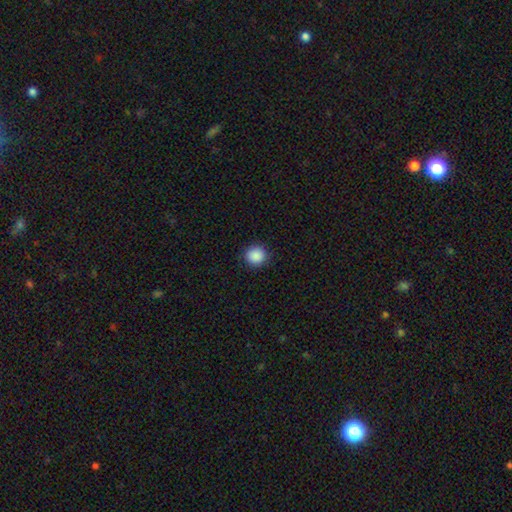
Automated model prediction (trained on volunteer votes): This appears to be a smooth galaxy with no disk features (88%) that is round (91%). Merging: none (90%).